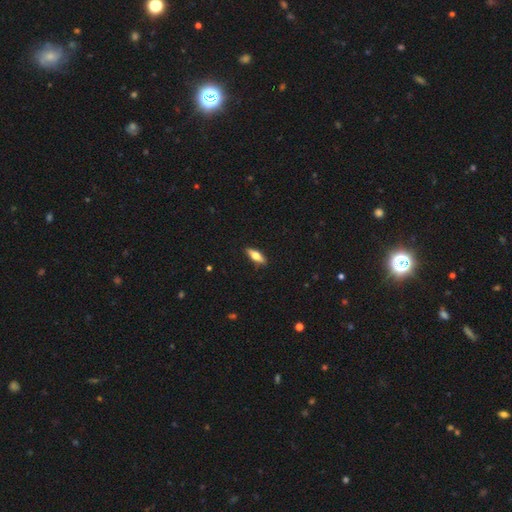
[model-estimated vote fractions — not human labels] This appears to be a smooth galaxy with no disk features (51%) that is in between round and cigar-shaped (55%). Merging: none (89%).